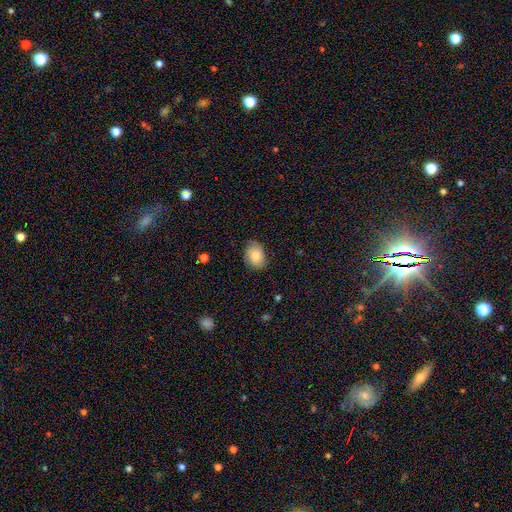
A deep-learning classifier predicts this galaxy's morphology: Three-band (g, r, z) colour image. It shows a smooth galaxy with no disk features (76%) that is in between round and cigar-shaped (64%). Merging: none (74%).